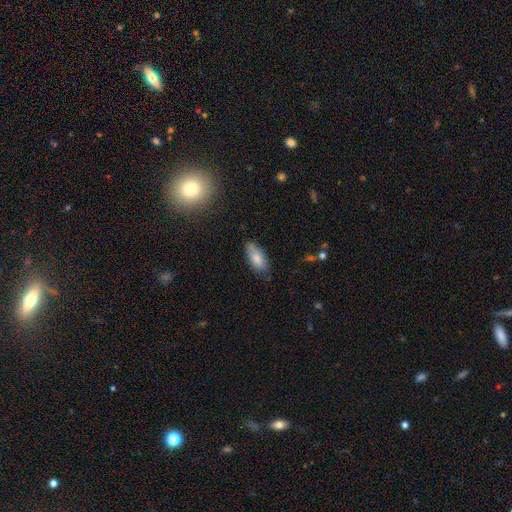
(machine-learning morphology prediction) smooth 80%, featured or disk 13%, star or artifact 7%. Down the decision tree: how rounded — in between (84%); merging — none (70%).